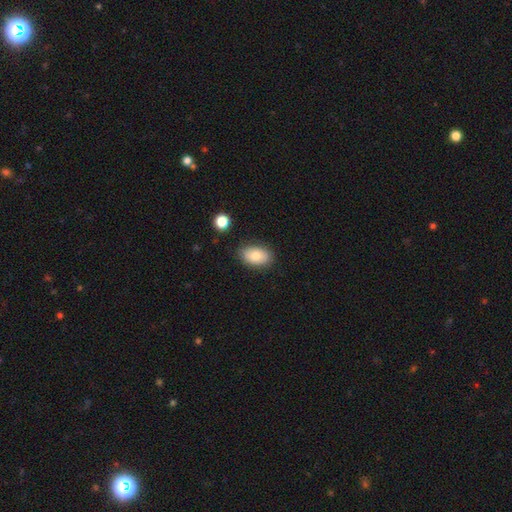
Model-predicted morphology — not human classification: Smooth or featured? smooth (79%)
How rounded? in between (89%)
Merging? none (83%)